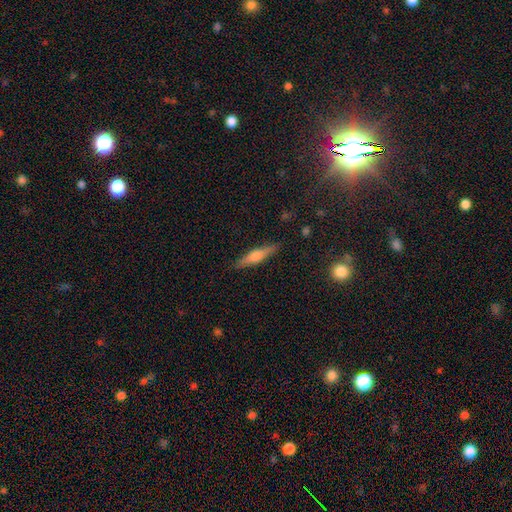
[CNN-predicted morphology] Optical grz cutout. It shows a featured or disk galaxy (58%) viewed edge-on (96%) with a rounded central bulge (77%). Merging: none (88%).